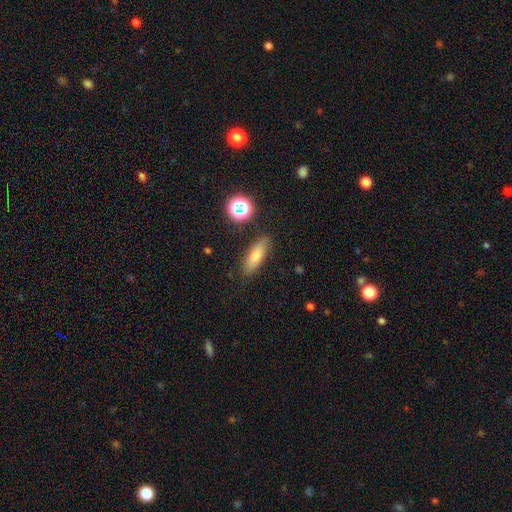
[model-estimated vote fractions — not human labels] Morphology: type=smooth (75%); roundness=cigar-shaped (49%); merging=none (84%).